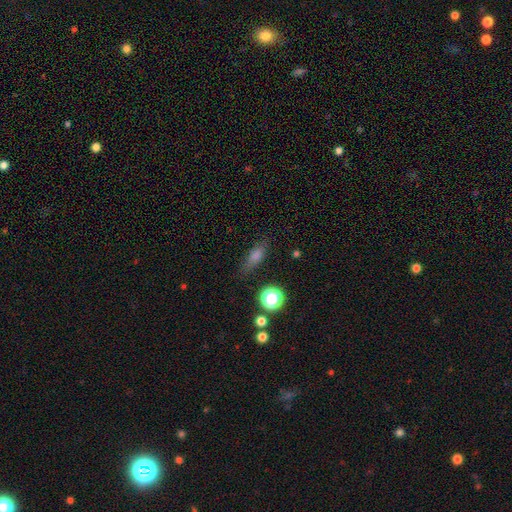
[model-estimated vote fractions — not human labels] A smooth galaxy with no disk features (69%) that is in between round and cigar-shaped (50%).

Vote fractions:
- Smooth or featured? smooth: 69% / featured or disk: 16% / star or artifact: 15%
- How rounded? in between: 50% / cigar-shaped: 40% / round: 10%
- Merging? none: 75% / minor disturbance: 18% / major disturbance: 5% / merger: 2%